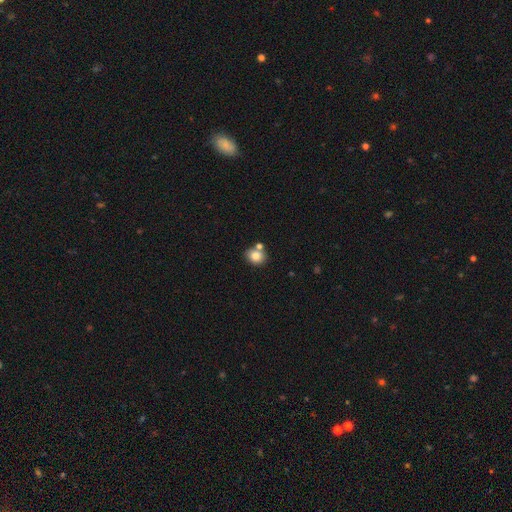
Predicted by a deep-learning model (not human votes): smooth_or_featured: smooth (p=0.82) [alt: star or artifact p=0.10]
how_rounded: round (p=0.60) [alt: in between p=0.39]
merging: none (p=0.61) [alt: merger p=0.24]